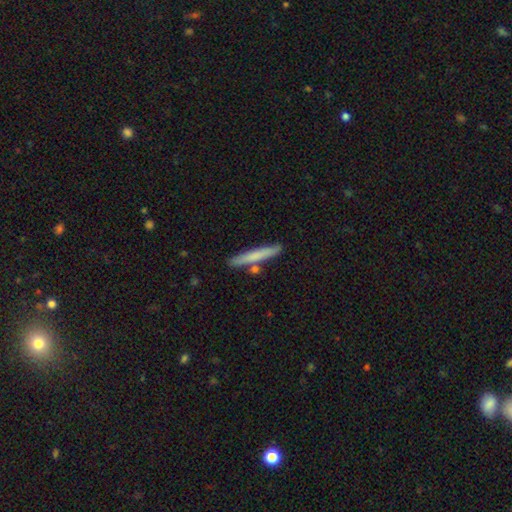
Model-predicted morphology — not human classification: type=smooth (69%); roundness=cigar-shaped (95%); merging=none (82%).